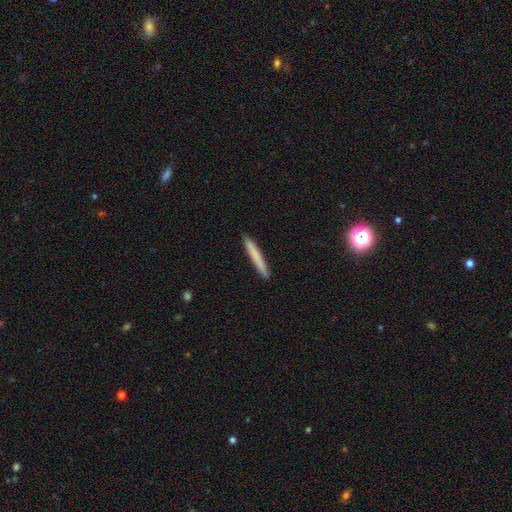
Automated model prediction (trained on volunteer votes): Smooth or featured? smooth (76%)
How rounded? cigar-shaped (97%)
Merging? none (92%)